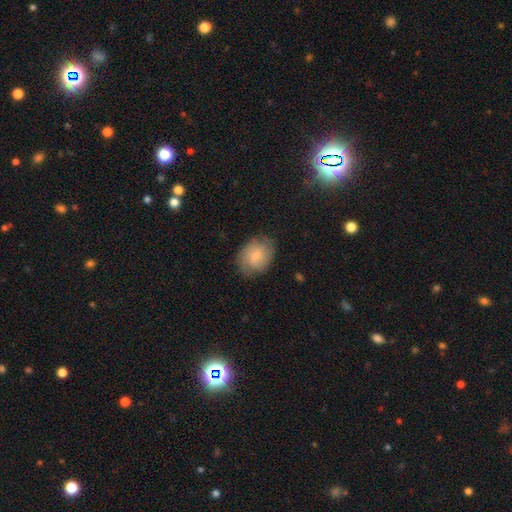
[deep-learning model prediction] The model was most divided on "how rounded": in between: 60%, round: 39%, cigar-shaped: 1%. More confident: merging — none (74%); smooth or featured — smooth (69%).